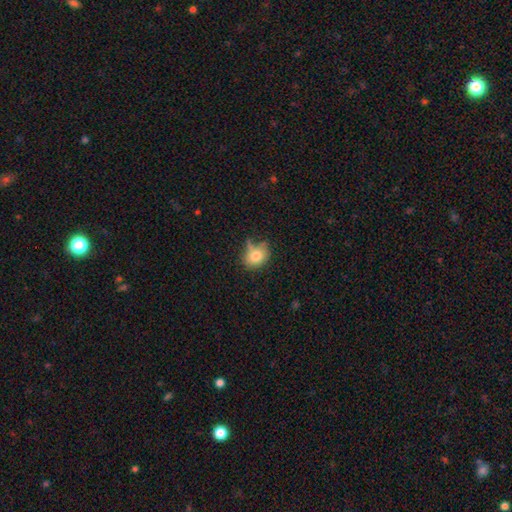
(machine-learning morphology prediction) smooth-or-featured: smooth: 78% | featured or disk: 12% | star or artifact: 10%
  how-rounded: in between: 50% | round: 49% | cigar-shaped: 1%
  merging: none: 52% | minor disturbance: 28% | major disturbance: 11% | merger: 9%